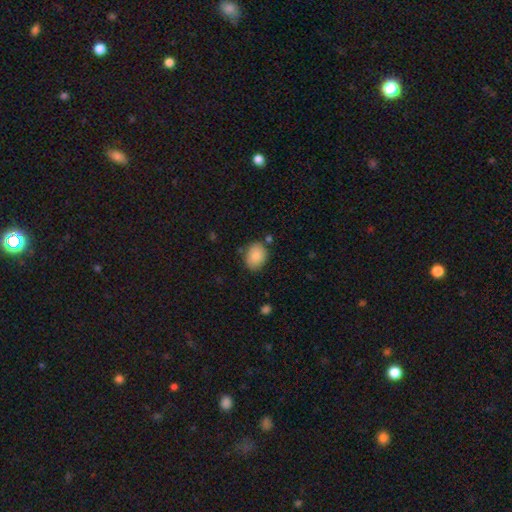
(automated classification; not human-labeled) Overall: smooth (82%). How rounded: in between (58%; round 41%). Merging: none (76%).